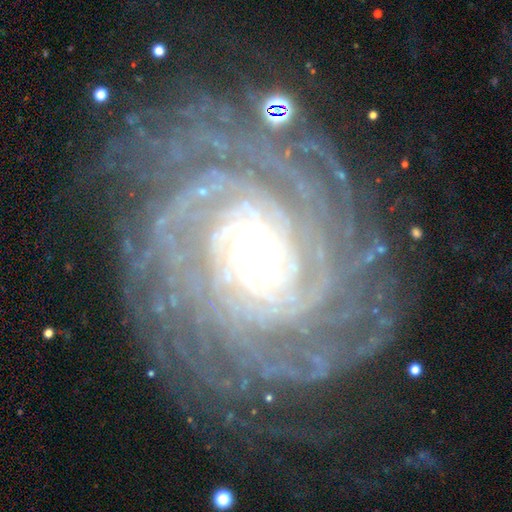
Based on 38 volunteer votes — smooth-or-featured: featured or disk: 97% | smooth: 3% | star or artifact: 0%
  disk-edge-on: no: 100% | yes: 0%
    bar: weak: 46% | strong: 43% | no: 11%
    has-spiral-arms: yes: 100% | no: 0%
      spiral-winding: tight: 81% | medium: 16% | loose: 3%
      spiral-arm-count: more than 4: 57% | 3: 22% | can't tell: 16% | 2: 5% | 1: 0% | 4: 0%
    bulge-size: moderate: 54% | small: 38% | dominant: 3% | large: 3% | none: 3%
  merging: none: 79% | minor disturbance: 13% | merger: 5% | major disturbance: 3%